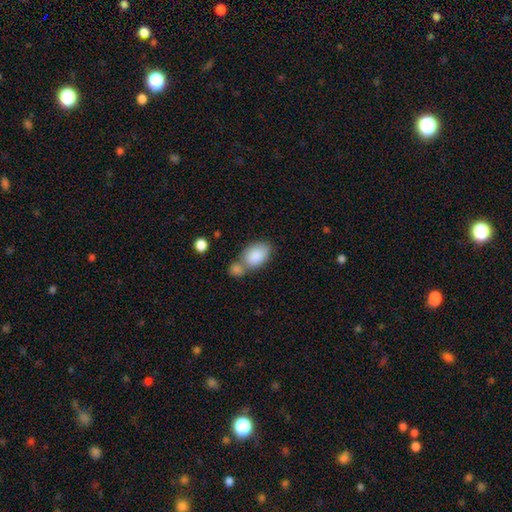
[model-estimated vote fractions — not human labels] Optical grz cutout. It shows a smooth galaxy with no disk features (86%) that is in between round and cigar-shaped (89%). Merging: merger (45%).